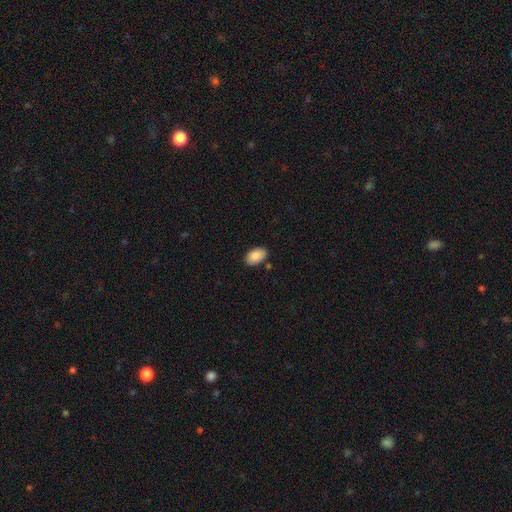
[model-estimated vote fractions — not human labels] Smooth or featured: smooth — 89% (star or artifact — 7%)
How rounded: in between — 92% (round — 6%)
Merging: none — 84% (minor disturbance — 11%)